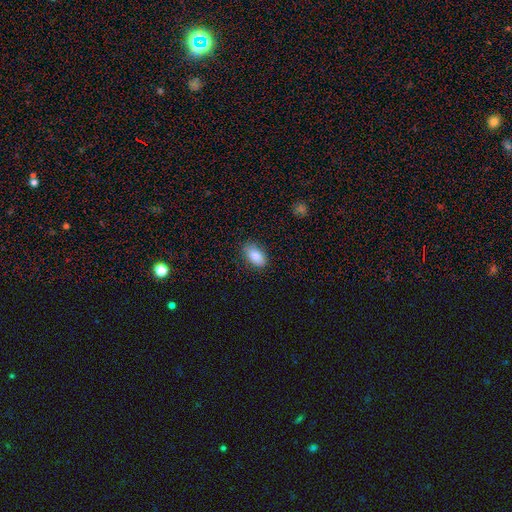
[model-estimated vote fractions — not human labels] Smooth or featured?
  - smooth: 84% *
  - featured or disk: 9%
  - star or artifact: 7%
How rounded?
  - in between: 92% *
  - round: 6%
  - cigar-shaped: 2%
Merging?
  - none: 85% *
  - minor disturbance: 11%
  - major disturbance: 3%
  - merger: 1%